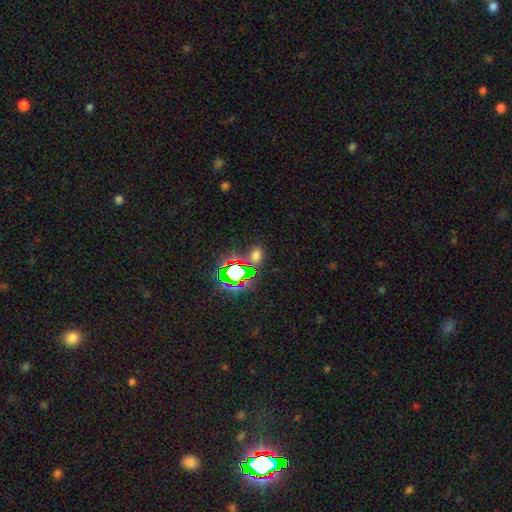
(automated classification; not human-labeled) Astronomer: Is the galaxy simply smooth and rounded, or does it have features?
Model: smooth — 51% (runner-up: star or artifact, 41%).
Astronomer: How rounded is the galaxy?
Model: in between — 55% (runner-up: round, 42%).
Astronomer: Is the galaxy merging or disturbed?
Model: none — 73%.